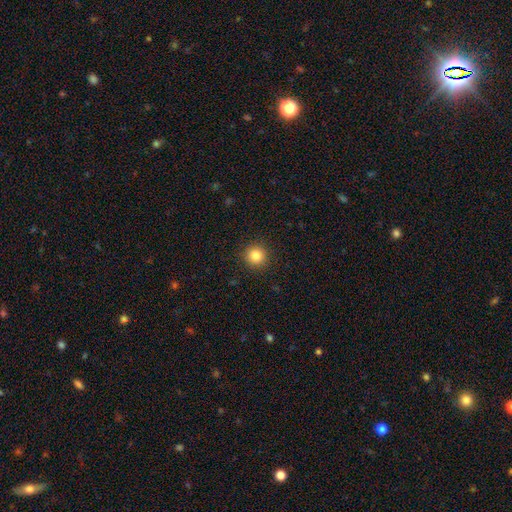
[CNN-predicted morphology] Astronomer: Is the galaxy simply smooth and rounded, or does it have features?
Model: smooth — 84%.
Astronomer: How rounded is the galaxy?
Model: round — 94%.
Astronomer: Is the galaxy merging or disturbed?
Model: none — 92%.